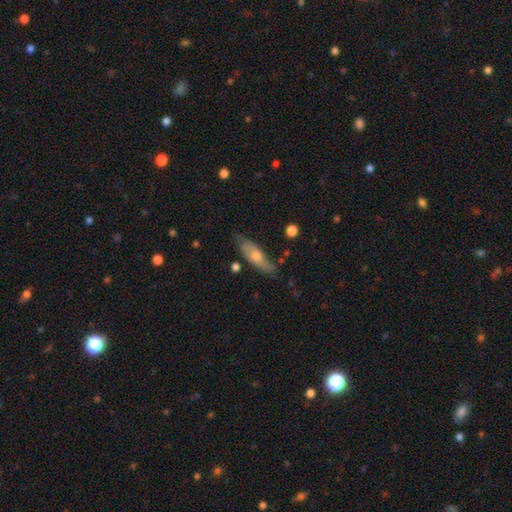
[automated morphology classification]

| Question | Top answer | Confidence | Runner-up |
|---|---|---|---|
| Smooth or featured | smooth | 47% | featured or disk (46%) |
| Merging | none | 70% | minor disturbance (22%) |